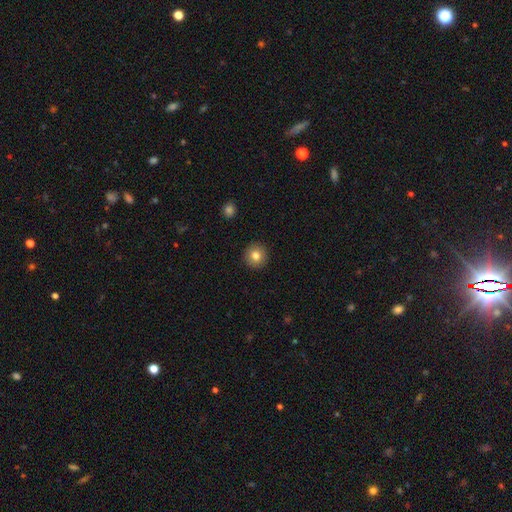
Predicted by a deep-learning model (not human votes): smooth_or_featured: smooth (p=0.80) [alt: star or artifact p=0.10]
how_rounded: round (p=0.95) [alt: in between p=0.04]
merging: none (p=0.93) [alt: minor disturbance p=0.05]